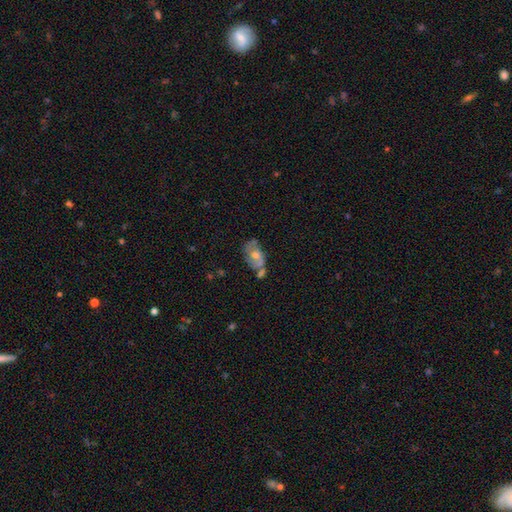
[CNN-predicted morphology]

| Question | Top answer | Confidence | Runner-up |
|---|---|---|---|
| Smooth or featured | featured or disk | 65% | smooth (25%) |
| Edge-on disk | no | 93% | yes (7%) |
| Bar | no | 71% | weak (24%) |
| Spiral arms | yes | 70% | no (30%) |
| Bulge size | moderate | 68% | small (21%) |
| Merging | none | 57% | minor disturbance (20%) |